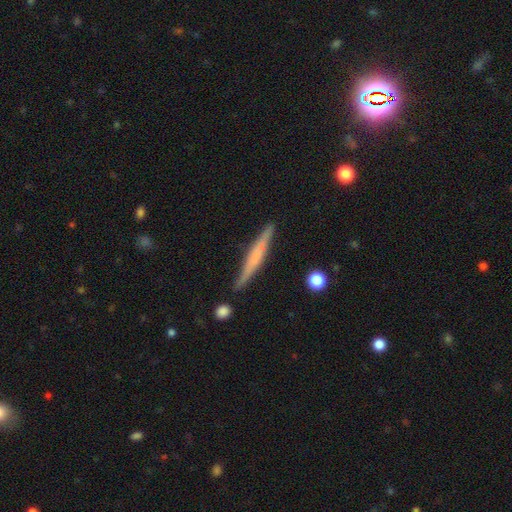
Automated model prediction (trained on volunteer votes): smooth_or_featured: featured or disk (p=0.52) [alt: smooth p=0.42]
disk_edge_on: yes (p=0.96) [alt: no p=0.04]
merging: none (p=0.84) [alt: minor disturbance p=0.11]